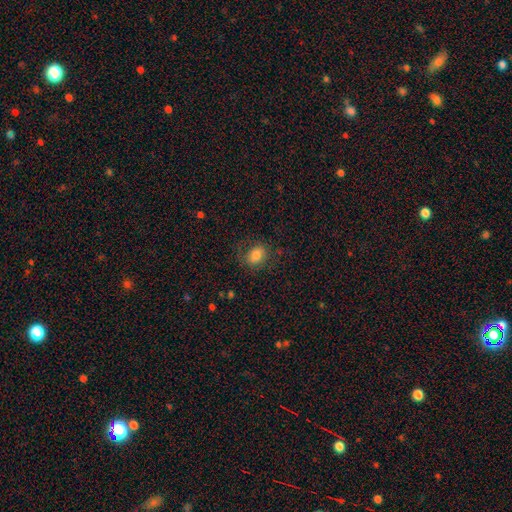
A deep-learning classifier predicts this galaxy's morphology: smooth 76%, featured or disk 14%, star or artifact 10%. Down the decision tree: how rounded — in between (59%); merging — none (71%).